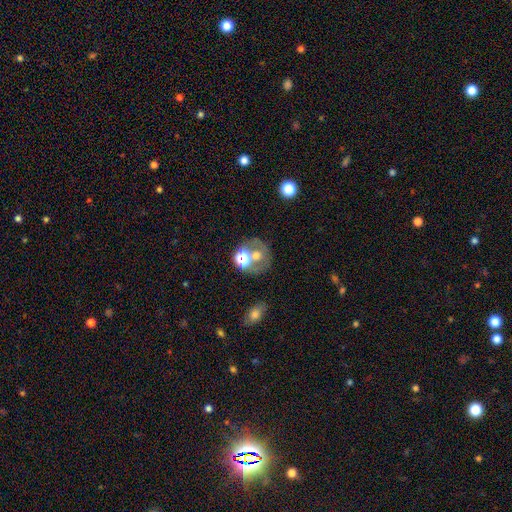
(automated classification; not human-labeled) Smooth or featured: smooth — 48% (featured or disk — 33%)
Merging: none — 47% (merger — 32%)